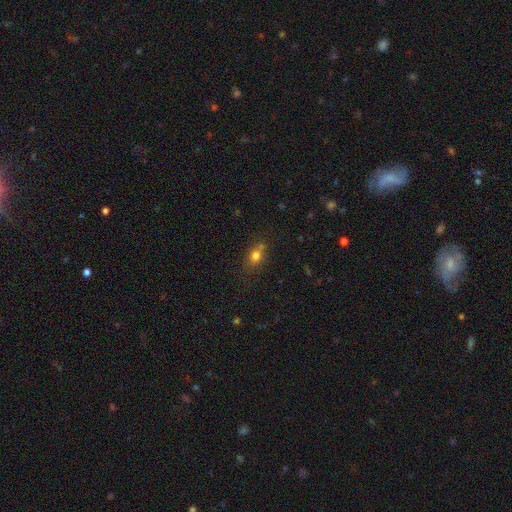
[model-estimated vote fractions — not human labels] Q: Smooth or featured?
A: smooth (77%); runner-up: star or artifact (13%)
Q: How rounded?
A: in between (51%); runner-up: round (47%)
Q: Merging?
A: none (60%); runner-up: minor disturbance (18%)